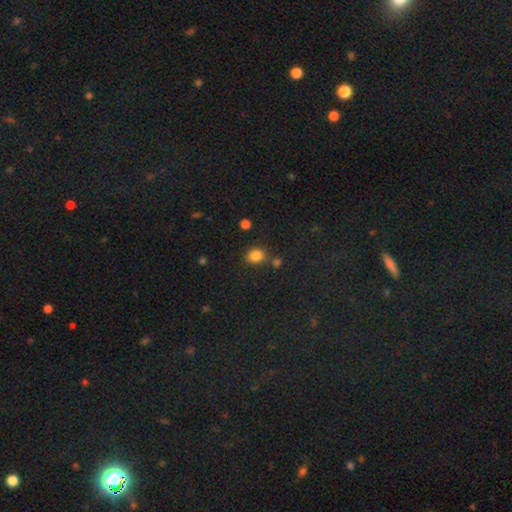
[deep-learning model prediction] Smooth or featured? smooth (83%)
How rounded? round (52%)
Merging? none (73%)